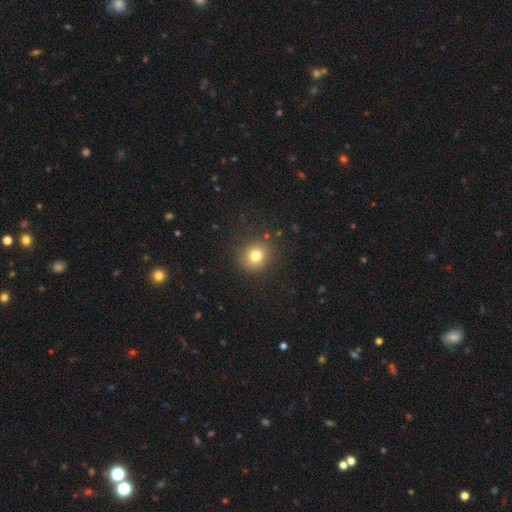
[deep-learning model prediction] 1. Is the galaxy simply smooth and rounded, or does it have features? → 78% smooth, 13% star or artifact, 9% featured or disk.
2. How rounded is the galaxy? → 87% round, 12% in between, 1% cigar-shaped.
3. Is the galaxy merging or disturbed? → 88% none, 8% minor disturbance, 3% major disturbance, 1% merger.